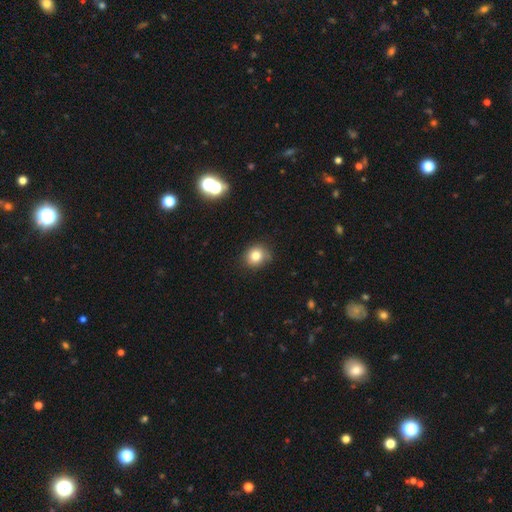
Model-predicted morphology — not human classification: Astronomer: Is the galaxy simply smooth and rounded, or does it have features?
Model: smooth — 80%.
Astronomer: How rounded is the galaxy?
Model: round — 76%.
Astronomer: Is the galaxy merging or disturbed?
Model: none — 80%.